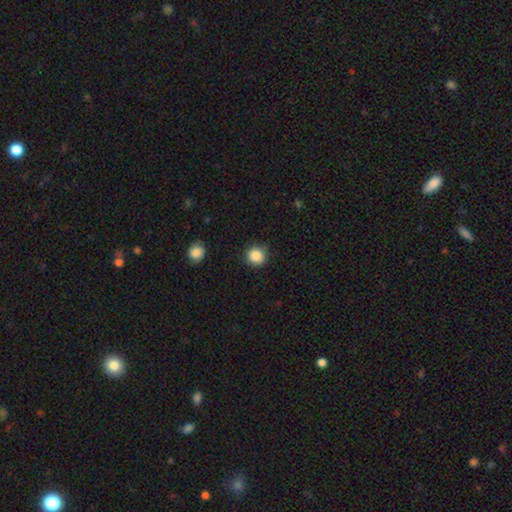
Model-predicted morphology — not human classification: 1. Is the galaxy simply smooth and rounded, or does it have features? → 87% smooth, 9% star or artifact, 3% featured or disk.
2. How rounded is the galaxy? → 91% round, 8% in between, 1% cigar-shaped.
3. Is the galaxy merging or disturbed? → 84% none, 12% minor disturbance, 3% major disturbance, 2% merger.